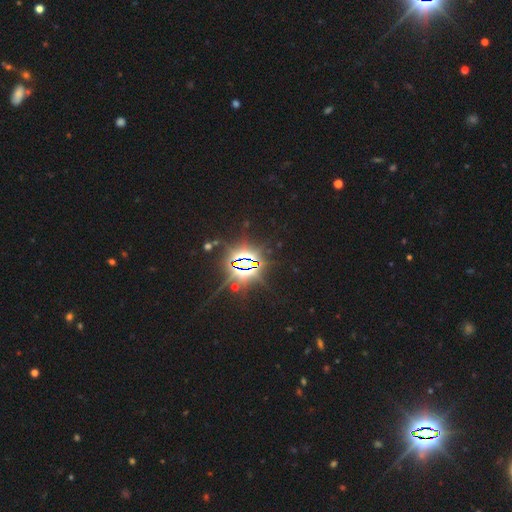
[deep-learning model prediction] A star or artifact, not a galaxy (85%).

Vote fractions:
- Smooth or featured? star or artifact: 85% / featured or disk: 8% / smooth: 7%